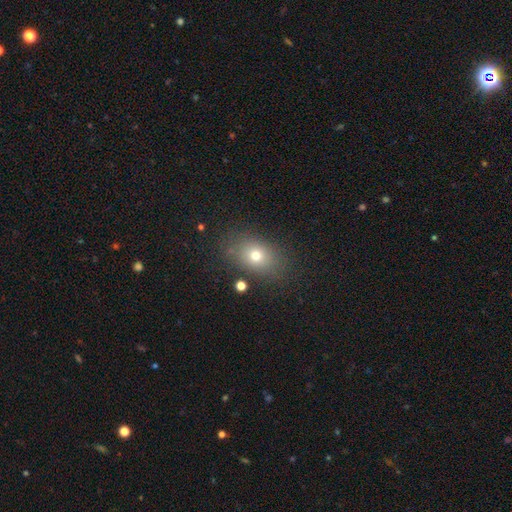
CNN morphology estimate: A smooth galaxy with no disk features (72%) that is in between round and cigar-shaped (70%).

Vote fractions:
- Smooth or featured? smooth: 72% / star or artifact: 14% / featured or disk: 14%
- How rounded? in between: 70% / round: 28% / cigar-shaped: 2%
- Merging? none: 81% / minor disturbance: 12% / major disturbance: 5% / merger: 2%